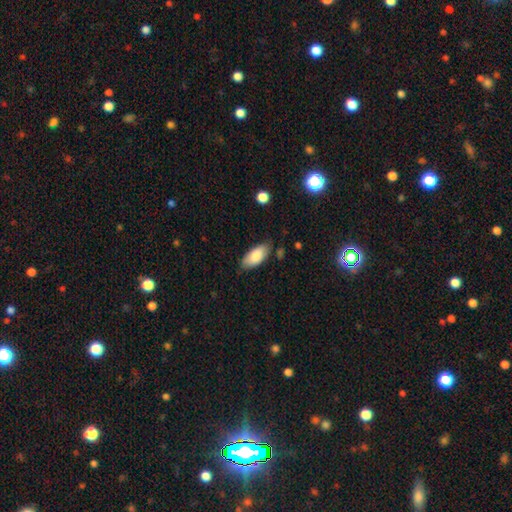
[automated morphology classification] smooth_or_featured: smooth (p=0.82) [alt: featured or disk p=0.11]
how_rounded: in between (p=0.91) [alt: cigar-shaped p=0.07]
merging: none (p=0.79) [alt: minor disturbance p=0.16]